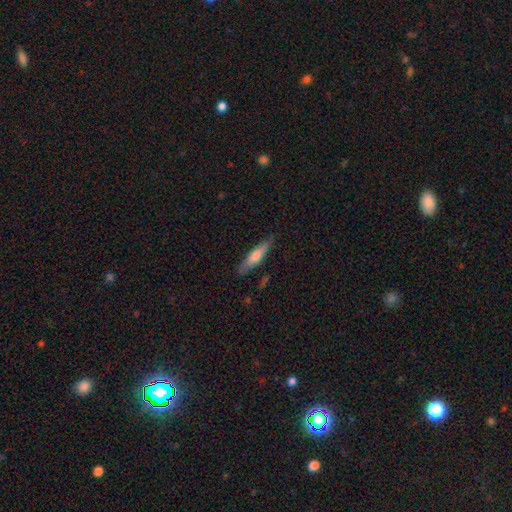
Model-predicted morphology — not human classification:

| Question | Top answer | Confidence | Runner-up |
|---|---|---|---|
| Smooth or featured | smooth | 62% | featured or disk (32%) |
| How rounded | cigar-shaped | 80% | in between (19%) |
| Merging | none | 84% | minor disturbance (12%) |